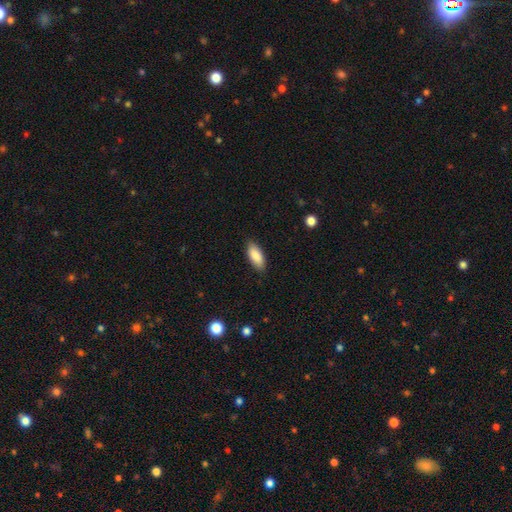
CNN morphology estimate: This is clearly a smooth galaxy (87%). How rounded: clearly in between (84%). Merging: clearly none (86%).